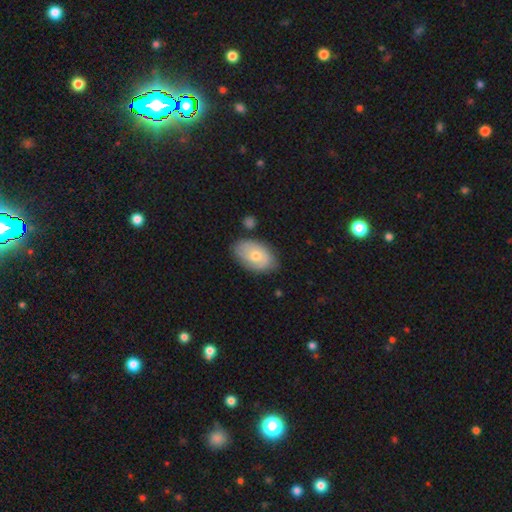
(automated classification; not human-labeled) The model was most divided on "smooth or featured": smooth: 51%, featured or disk: 43%, star or artifact: 6%. More confident: how rounded — in between (89%); merging — none (72%).